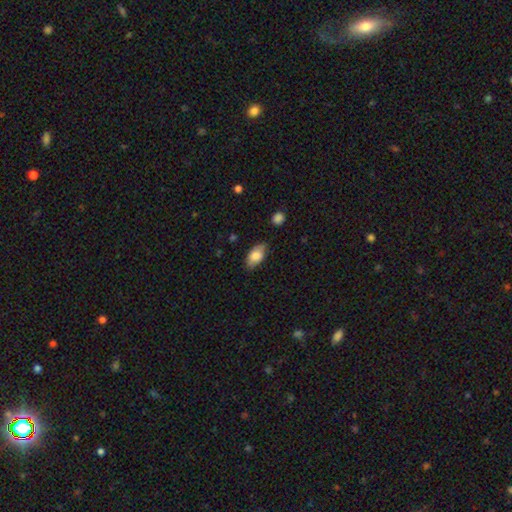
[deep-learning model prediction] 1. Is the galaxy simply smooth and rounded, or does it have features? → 80% smooth, 13% featured or disk, 7% star or artifact.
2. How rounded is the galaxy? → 92% in between, 4% round, 4% cigar-shaped.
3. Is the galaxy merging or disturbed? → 73% none, 22% minor disturbance, 4% major disturbance, 2% merger.